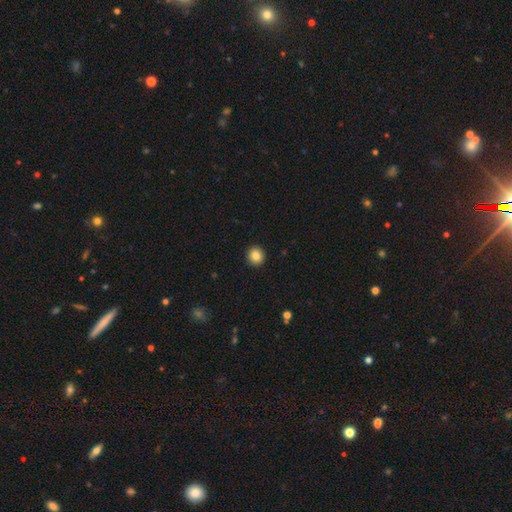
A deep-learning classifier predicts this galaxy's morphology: type=smooth (85%); roundness=round (92%); merging=none (93%).